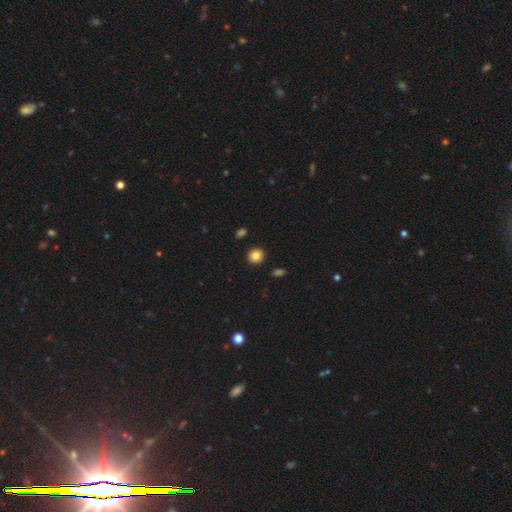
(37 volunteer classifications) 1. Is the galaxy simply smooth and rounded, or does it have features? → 92% smooth, 8% featured or disk, 0% star or artifact.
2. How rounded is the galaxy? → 88% round, 12% in between, 0% cigar-shaped.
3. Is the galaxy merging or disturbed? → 95% none, 5% minor disturbance, 0% major disturbance, 0% merger.